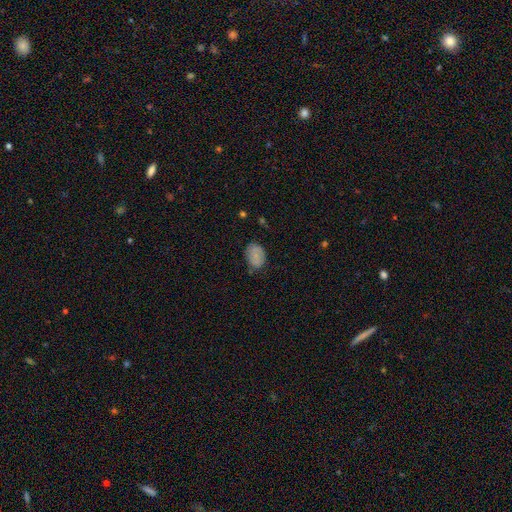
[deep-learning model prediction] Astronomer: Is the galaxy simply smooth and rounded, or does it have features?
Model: smooth — 72%.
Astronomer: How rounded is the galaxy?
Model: in between — 80%.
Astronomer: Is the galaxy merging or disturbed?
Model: none — 67%.